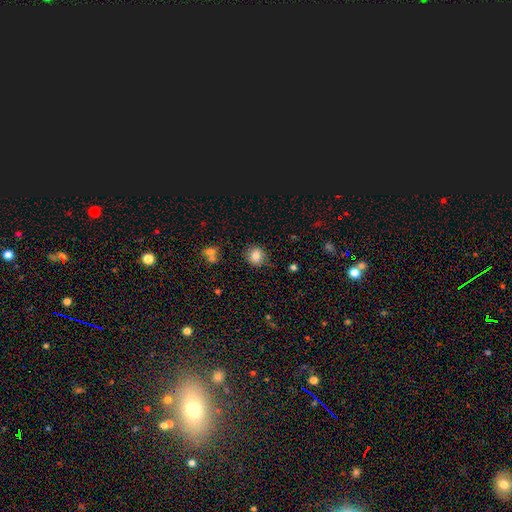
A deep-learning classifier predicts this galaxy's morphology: smooth-or-featured: smooth: 82% | star or artifact: 11% | featured or disk: 7%
  how-rounded: round: 86% | in between: 13% | cigar-shaped: 1%
  merging: none: 83% | minor disturbance: 12% | major disturbance: 3% | merger: 3%